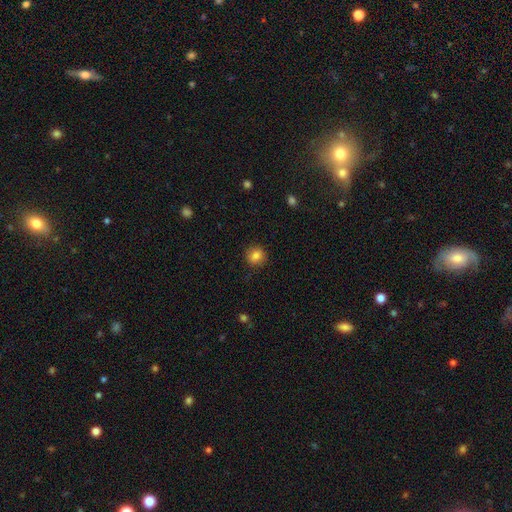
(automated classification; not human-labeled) Smooth or featured?
  - smooth: 84% *
  - star or artifact: 11%
  - featured or disk: 6%
How rounded?
  - round: 87% *
  - in between: 12%
  - cigar-shaped: 1%
Merging?
  - none: 88% *
  - minor disturbance: 8%
  - major disturbance: 3%
  - merger: 1%